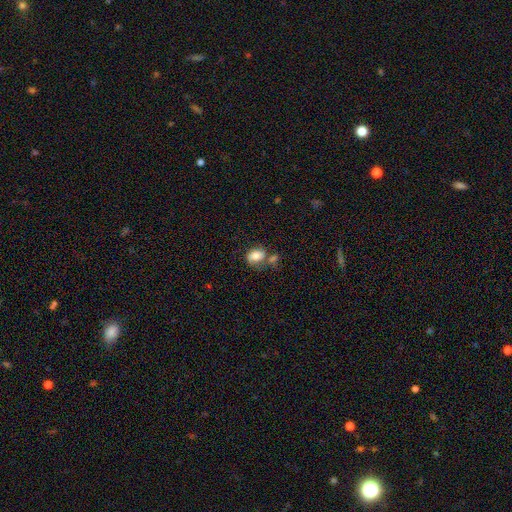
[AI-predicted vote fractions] Overall: smooth (73%). How rounded: in between (72%). Merging: none (42%; merger 29%).